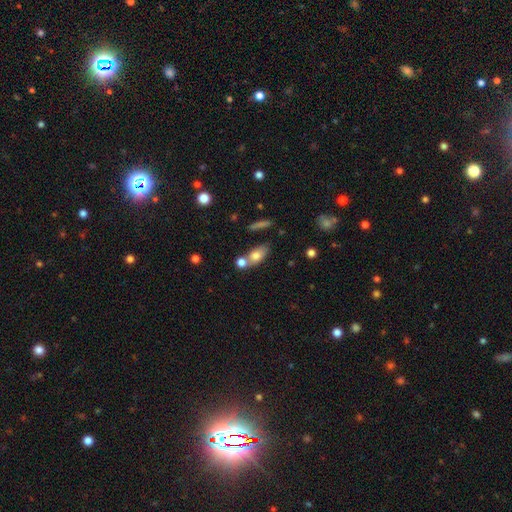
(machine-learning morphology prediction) This appears to be a smooth galaxy with no disk features (72%) that is in between round and cigar-shaped (71%). Merging: none (44%).